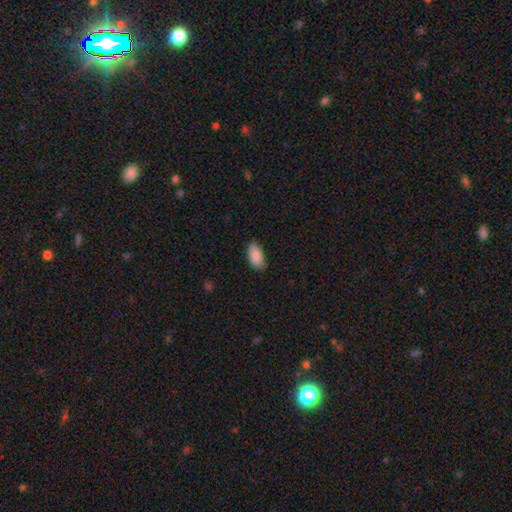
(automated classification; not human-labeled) smooth_or_featured: smooth (p=0.89) [alt: star or artifact p=0.06]
how_rounded: in between (p=0.95) [alt: cigar-shaped p=0.03]
merging: none (p=0.85) [alt: minor disturbance p=0.12]